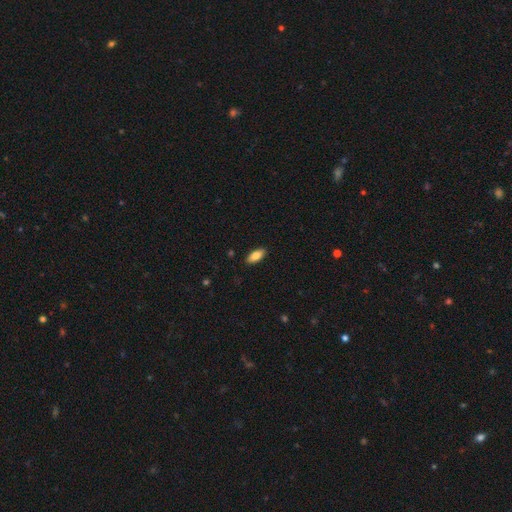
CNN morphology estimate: This appears to be a smooth galaxy with no disk features (83%) that is in between round and cigar-shaped (86%). Merging: none (90%).